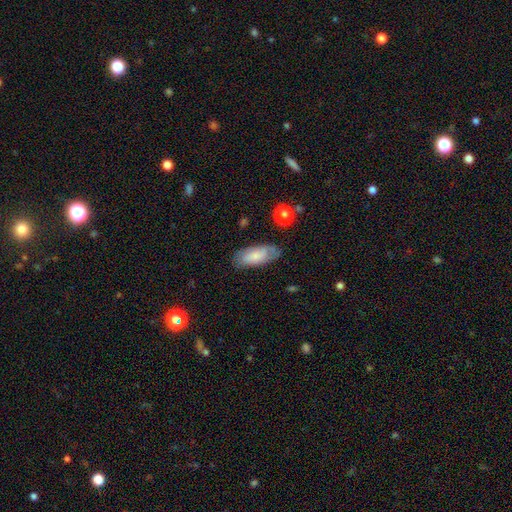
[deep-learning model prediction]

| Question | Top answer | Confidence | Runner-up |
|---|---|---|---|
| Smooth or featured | smooth | 72% | featured or disk (21%) |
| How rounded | in between | 84% | cigar-shaped (14%) |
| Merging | none | 68% | minor disturbance (23%) |